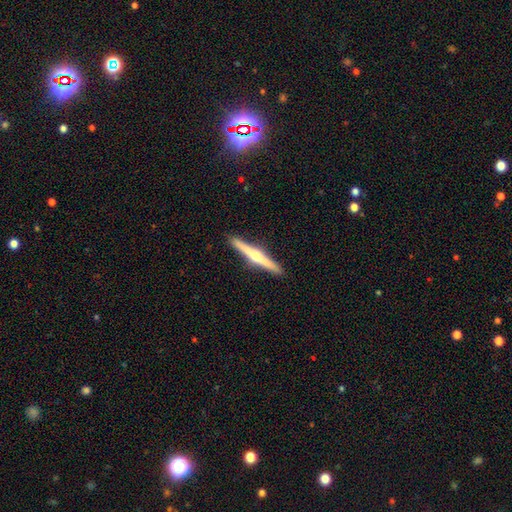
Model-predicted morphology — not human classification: smooth-or-featured: featured or disk: 72% | smooth: 23% | star or artifact: 5%
  disk-edge-on: yes: 98% | no: 2%
    edge-on-bulge: rounded: 90% | none: 7% | boxy: 4%
  merging: none: 92% | minor disturbance: 6% | major disturbance: 1% | merger: 1%